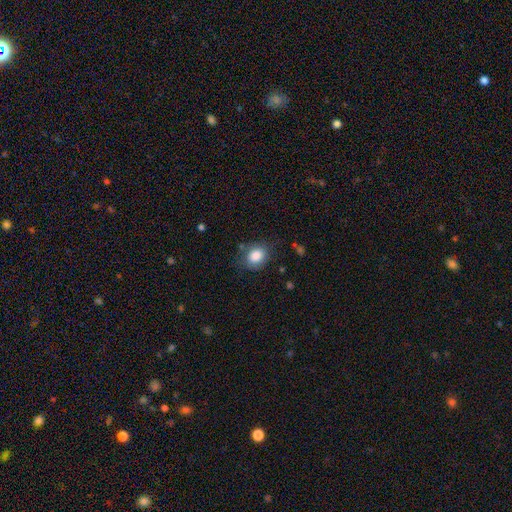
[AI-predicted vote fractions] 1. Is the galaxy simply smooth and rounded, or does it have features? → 85% smooth, 8% star or artifact, 6% featured or disk.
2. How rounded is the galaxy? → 50% round, 49% in between, 1% cigar-shaped.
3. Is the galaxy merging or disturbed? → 72% none, 19% minor disturbance, 6% major disturbance, 3% merger.